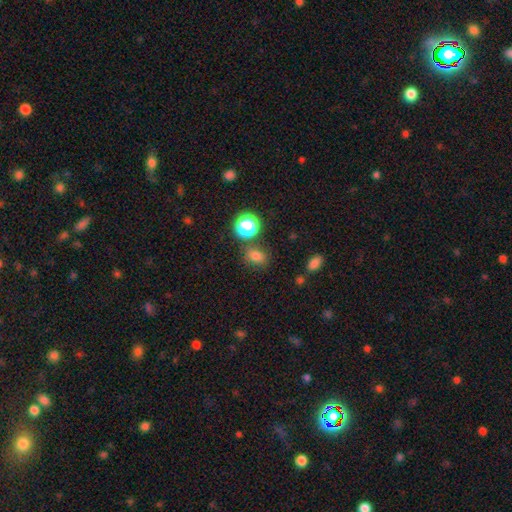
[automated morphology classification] smooth-or-featured: smooth: 75% | star or artifact: 18% | featured or disk: 7%
  how-rounded: in between: 58% | round: 40% | cigar-shaped: 2%
  merging: none: 74% | minor disturbance: 13% | merger: 9% | major disturbance: 4%